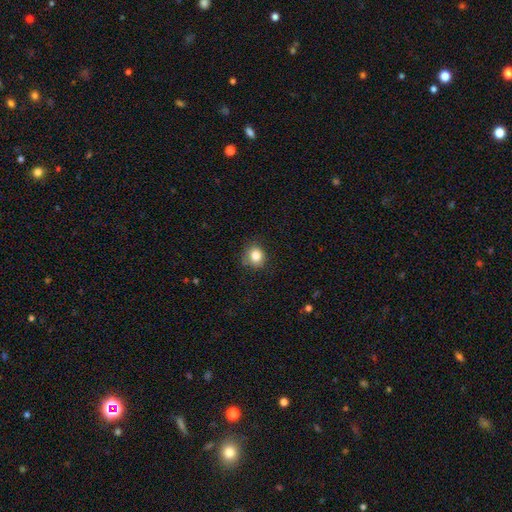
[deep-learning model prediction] Smooth or featured? Predicted: smooth (p=0.82). How rounded? Predicted: round (p=0.79). Merging? Predicted: none (p=0.75).